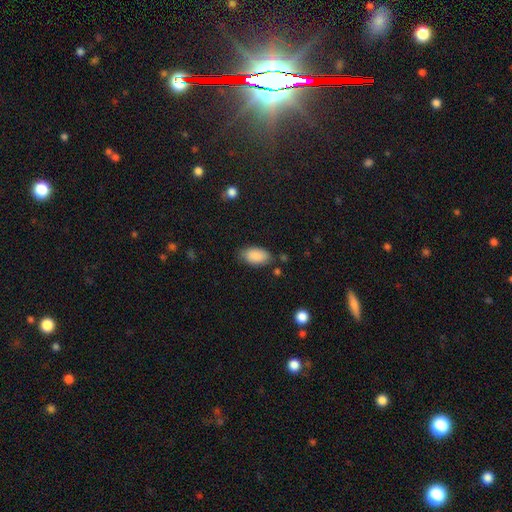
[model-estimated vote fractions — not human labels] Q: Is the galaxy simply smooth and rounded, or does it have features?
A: smooth — 89%.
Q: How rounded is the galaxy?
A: in between — 94%.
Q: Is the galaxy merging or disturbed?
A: none — 76%.